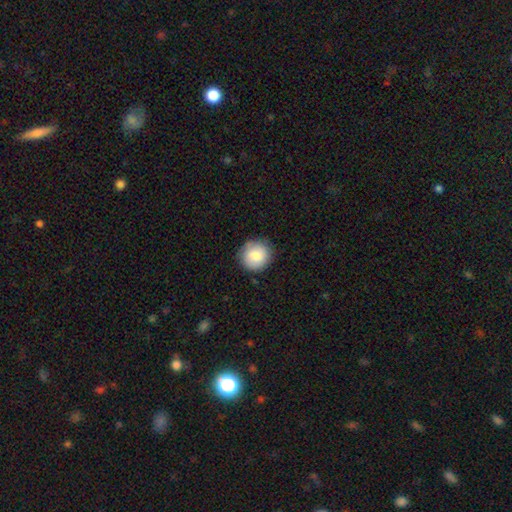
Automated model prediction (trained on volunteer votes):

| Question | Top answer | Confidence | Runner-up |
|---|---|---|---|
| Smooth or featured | smooth | 82% | featured or disk (11%) |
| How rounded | round | 92% | in between (7%) |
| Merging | none | 86% | minor disturbance (11%) |